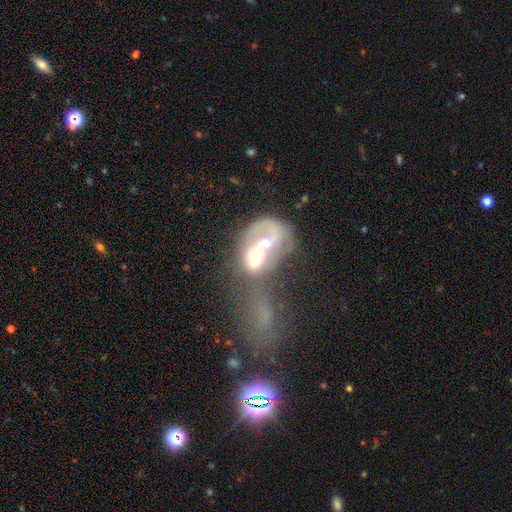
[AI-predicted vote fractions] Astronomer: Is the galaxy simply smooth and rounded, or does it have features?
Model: featured or disk — 56% (runner-up: smooth, 35%).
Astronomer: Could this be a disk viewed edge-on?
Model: no — 96%.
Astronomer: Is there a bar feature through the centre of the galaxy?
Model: no — 73%.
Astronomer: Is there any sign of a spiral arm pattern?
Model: no — 54% (runner-up: yes, 46%).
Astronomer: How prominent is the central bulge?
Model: moderate — 62%.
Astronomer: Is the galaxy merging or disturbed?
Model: merger — 74%.